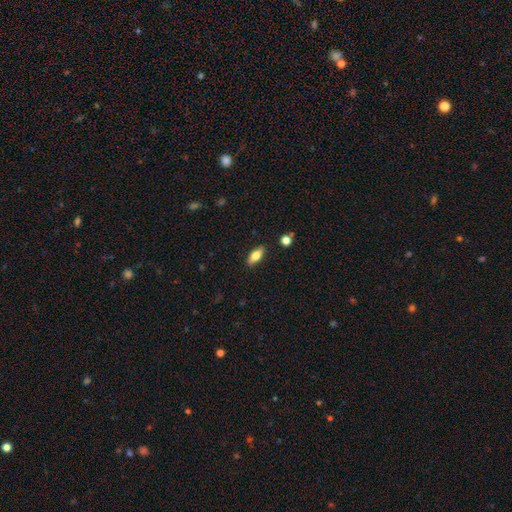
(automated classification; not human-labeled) Overall: smooth (66%; featured or disk 27%). How rounded: in between (77%). Merging: none (87%).